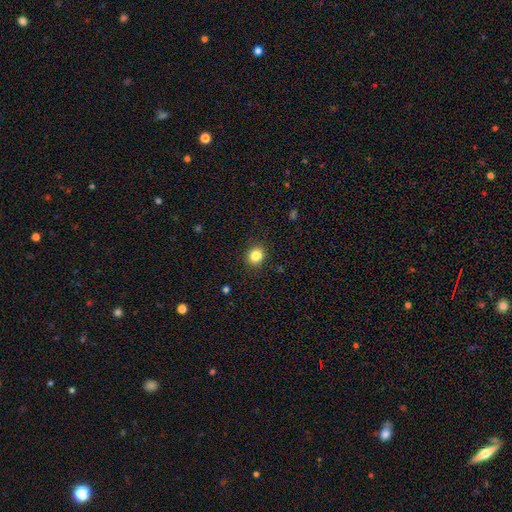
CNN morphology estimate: Q: Smooth or featured?
A: smooth (85%); runner-up: star or artifact (11%)
Q: How rounded?
A: round (71%); runner-up: in between (28%)
Q: Merging?
A: none (88%); runner-up: minor disturbance (8%)